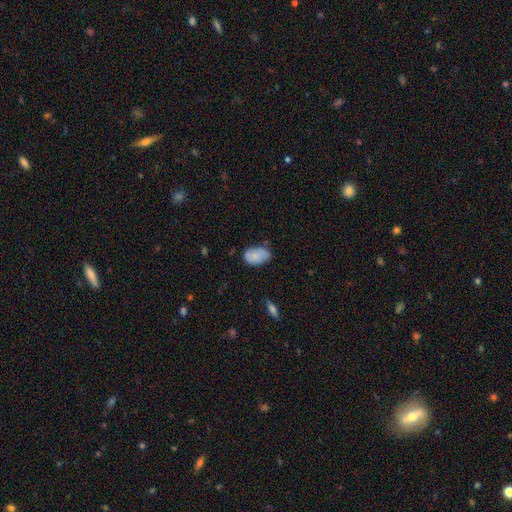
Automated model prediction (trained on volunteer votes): Overall: smooth (83%). How rounded: in between (92%). Merging: none (64%; minor disturbance 29%).